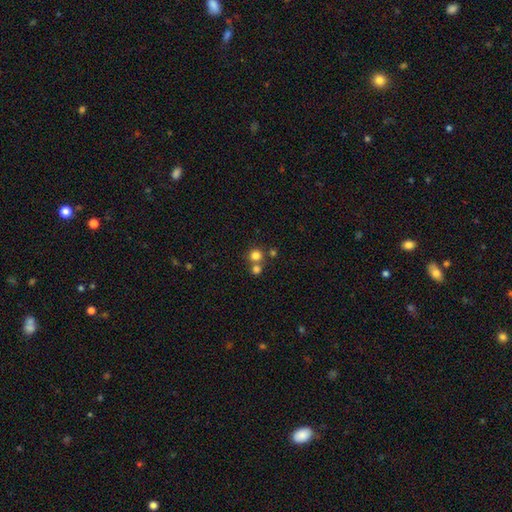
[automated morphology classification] The model was most divided on "merging": none: 59%, merger: 33%, minor disturbance: 6%, major disturbance: 3%. More confident: how rounded — round (91%); smooth or featured — smooth (78%).